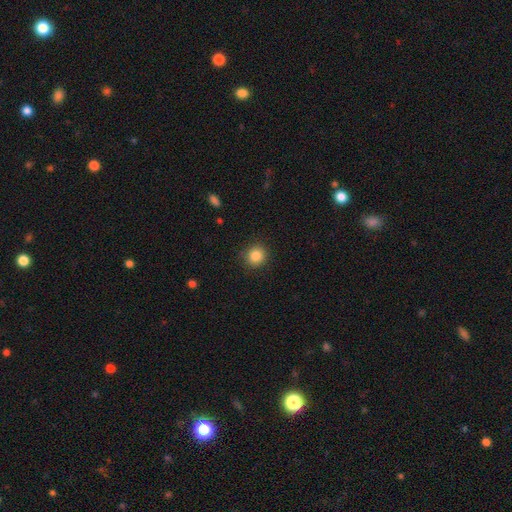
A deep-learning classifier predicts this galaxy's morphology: A smooth galaxy with no disk features (85%) that is round (90%). Merging: none (90%).